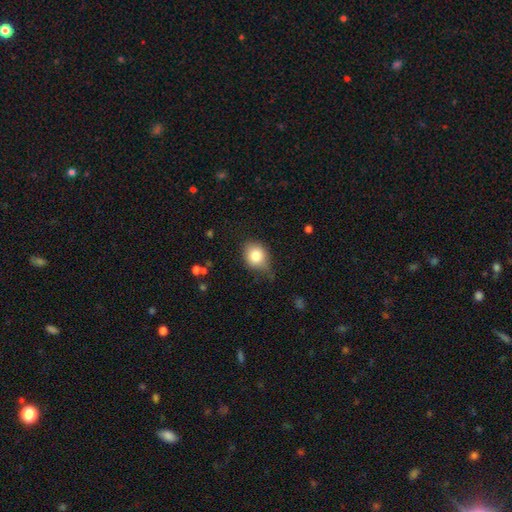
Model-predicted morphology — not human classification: smooth 80%, featured or disk 10%, star or artifact 9%. Down the decision tree: how rounded — round (51%); merging — none (61%).